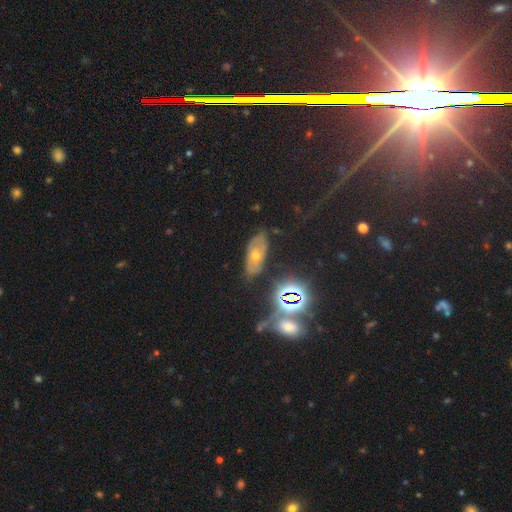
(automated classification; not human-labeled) A featured or disk galaxy (37%). Merging: none (71%).